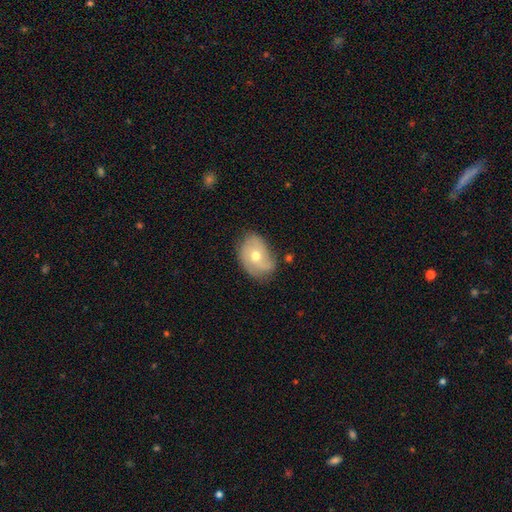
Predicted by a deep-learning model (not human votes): featured or disk 50%, smooth 42%, star or artifact 8%. Down the decision tree: merging — none (55%).